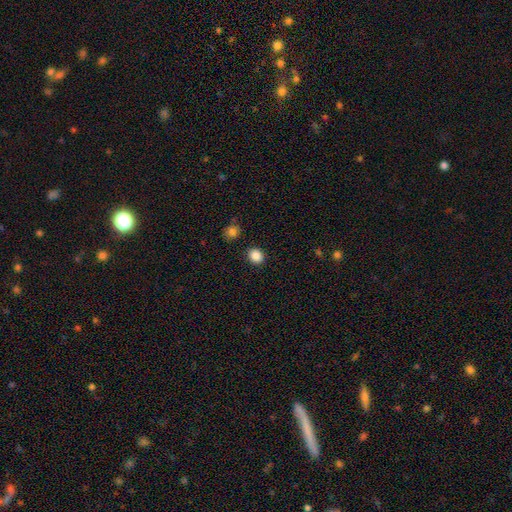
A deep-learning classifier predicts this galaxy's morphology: A smooth galaxy with no disk features (87%) that is round (71%). Merging: none (89%).